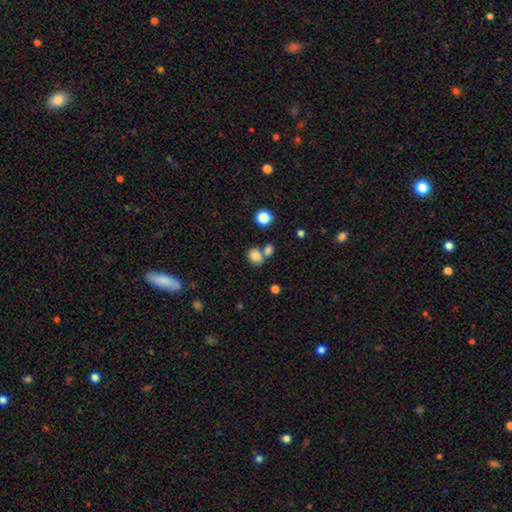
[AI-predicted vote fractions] Q: Smooth or featured?
A: smooth (82%); runner-up: star or artifact (11%)
Q: How rounded?
A: in between (51%); runner-up: round (47%)
Q: Merging?
A: none (46%); runner-up: merger (37%)